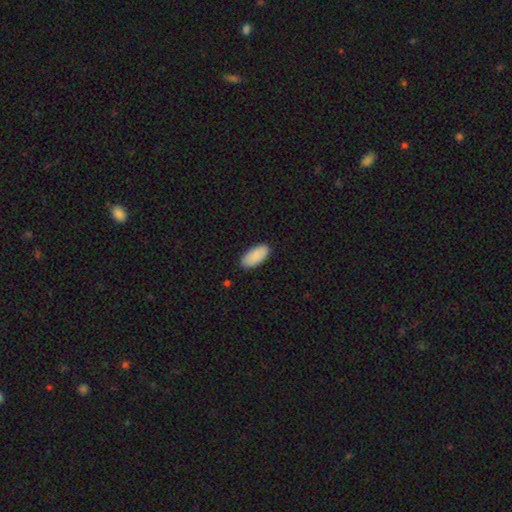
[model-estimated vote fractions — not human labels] Q: Smooth or featured?
A: smooth (90%); runner-up: star or artifact (6%)
Q: How rounded?
A: in between (93%); runner-up: cigar-shaped (6%)
Q: Merging?
A: none (87%); runner-up: minor disturbance (10%)